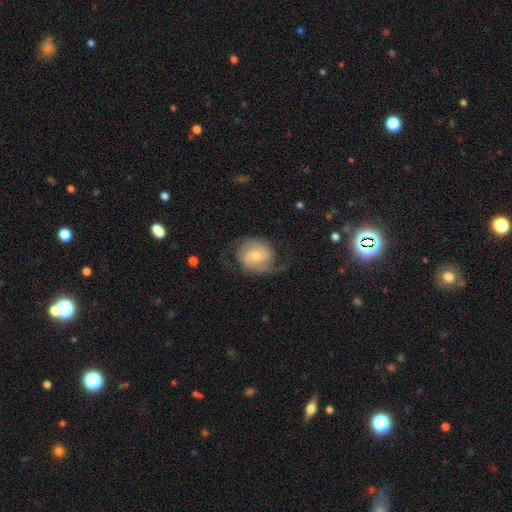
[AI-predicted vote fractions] smooth-or-featured: featured or disk: 83% | smooth: 12% | star or artifact: 5%
  disk-edge-on: no: 98% | yes: 2%
    bar: no: 60% | weak: 34% | strong: 6%
    has-spiral-arms: yes: 96% | no: 4%
      spiral-winding: medium: 43% | tight: 38% | loose: 19%
      spiral-arm-count: 2: 84% | can't tell: 6% | 1: 4% | 3: 3% | 4: 1% | more than 4: 1%
    bulge-size: moderate: 60% | small: 33% | large: 4% | none: 2% | dominant: 1%
  merging: none: 69% | minor disturbance: 18% | major disturbance: 12% | merger: 1%